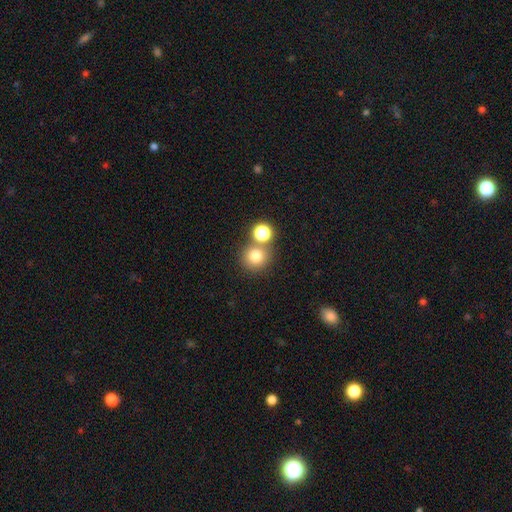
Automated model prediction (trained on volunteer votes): Smooth or featured?
  - smooth: 77% *
  - star or artifact: 15%
  - featured or disk: 8%
How rounded?
  - round: 91% *
  - in between: 8%
  - cigar-shaped: 1%
Merging?
  - none: 68% *
  - merger: 21%
  - minor disturbance: 7%
  - major disturbance: 3%